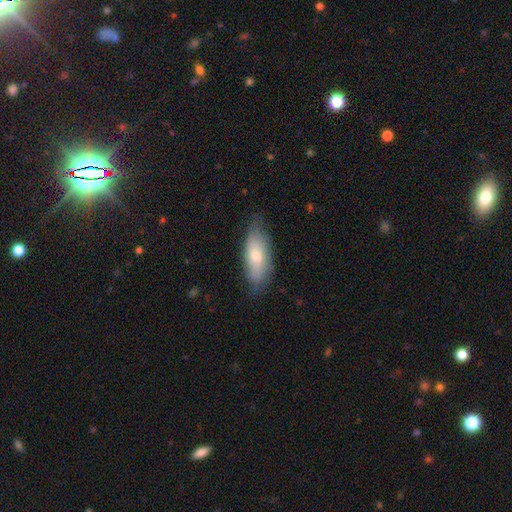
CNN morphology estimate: This appears to be a smooth galaxy with no disk features (65%) that is in between round and cigar-shaped (77%). Merging: none (71%).